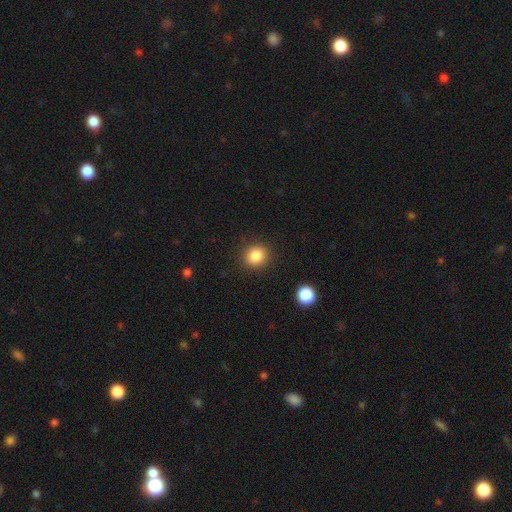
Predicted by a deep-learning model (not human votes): Overall: smooth (86%). How rounded: round (85%). Merging: none (89%).